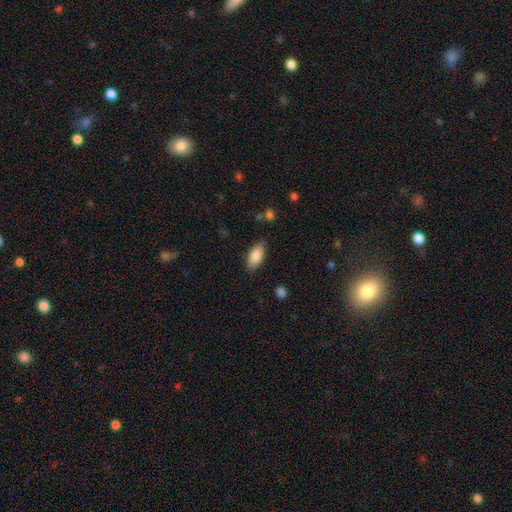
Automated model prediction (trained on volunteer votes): This appears to be a smooth galaxy with no disk features (86%) that is in between round and cigar-shaped (89%). Merging: none (83%).